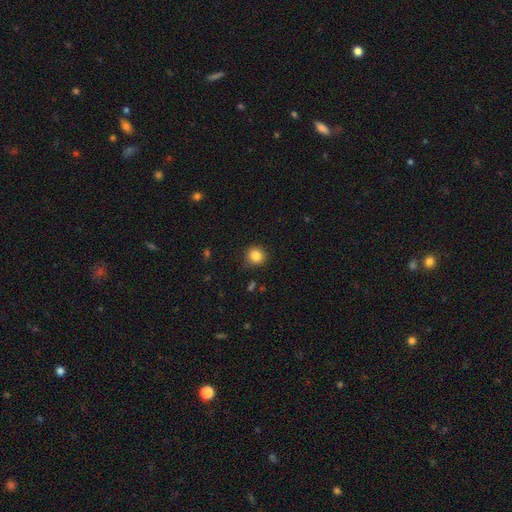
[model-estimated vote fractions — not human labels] Morphology: type=smooth (84%); roundness=round (89%); merging=none (86%).